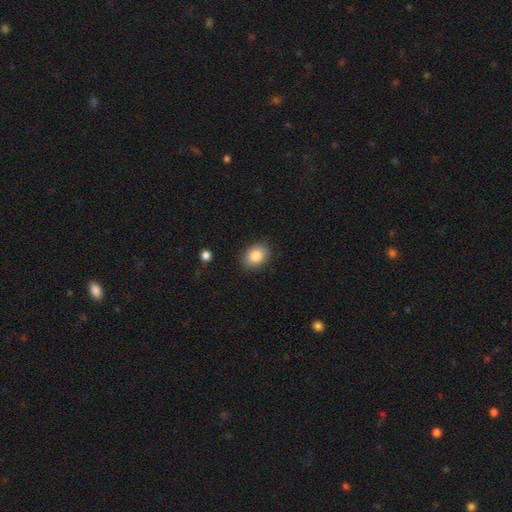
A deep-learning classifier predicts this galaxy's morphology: Overall: smooth (84%). How rounded: in between (69%; round 30%). Merging: none (88%).